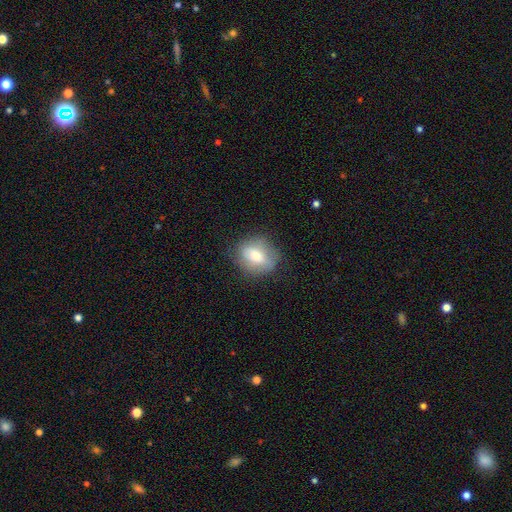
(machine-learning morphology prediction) Smooth or featured? Predicted: smooth (p=0.66). How rounded? Predicted: in between (p=0.55). Merging? Predicted: none (p=0.74).